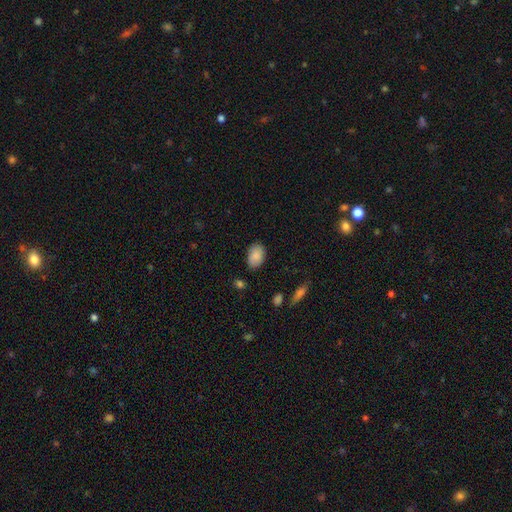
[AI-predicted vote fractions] Q: Smooth or featured?
A: smooth (87%); runner-up: star or artifact (7%)
Q: How rounded?
A: in between (87%); runner-up: round (11%)
Q: Merging?
A: none (82%); runner-up: minor disturbance (14%)